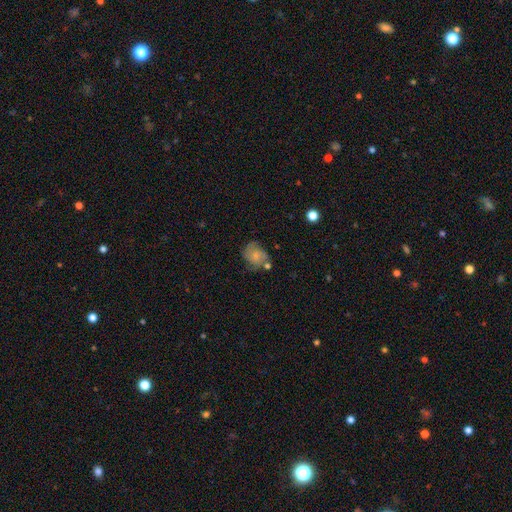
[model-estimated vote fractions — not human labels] A featured or disk galaxy (46%). Merging: none (51%).